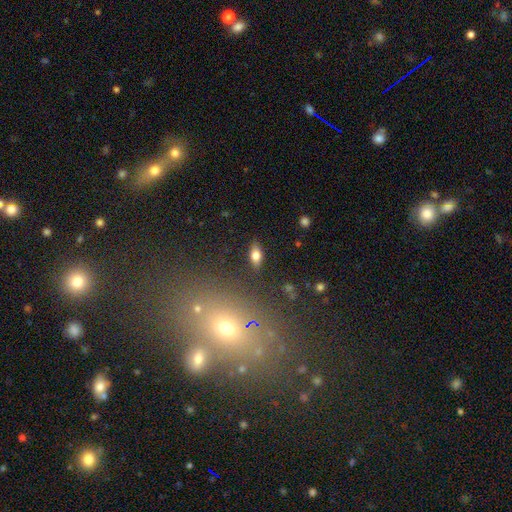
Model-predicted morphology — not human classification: Smooth or featured? smooth (72%)
How rounded? in between (85%)
Merging? none (86%)